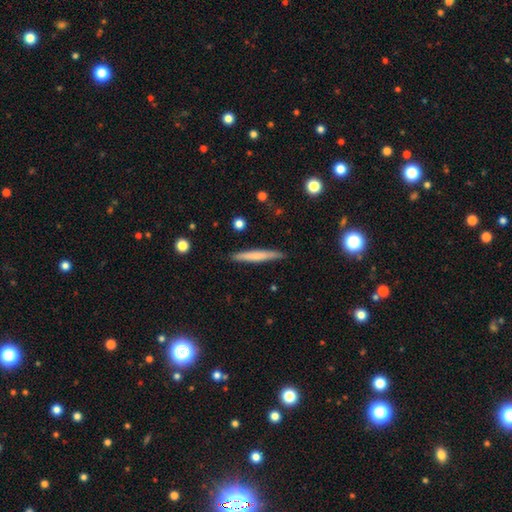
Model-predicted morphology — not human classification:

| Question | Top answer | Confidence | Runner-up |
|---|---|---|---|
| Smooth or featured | smooth | 60% | featured or disk (34%) |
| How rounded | cigar-shaped | 95% | in between (3%) |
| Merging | none | 89% | minor disturbance (8%) |